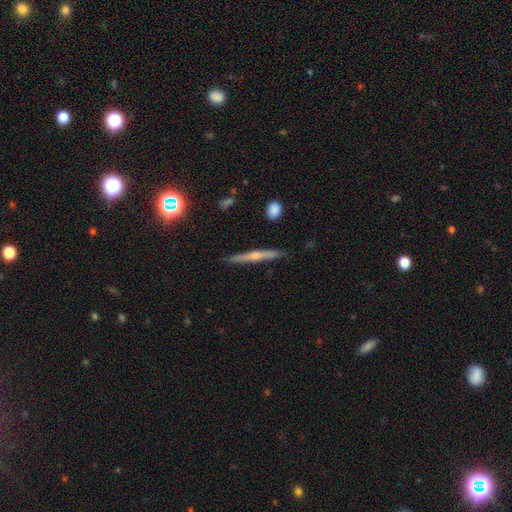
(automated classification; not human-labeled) Q: Smooth or featured?
A: featured or disk (61%); runner-up: smooth (32%)
Q: Edge-on disk?
A: yes (97%); runner-up: no (3%)
Q: Edge-on bulge?
A: rounded (74%); runner-up: none (22%)
Q: Merging?
A: none (89%); runner-up: minor disturbance (8%)